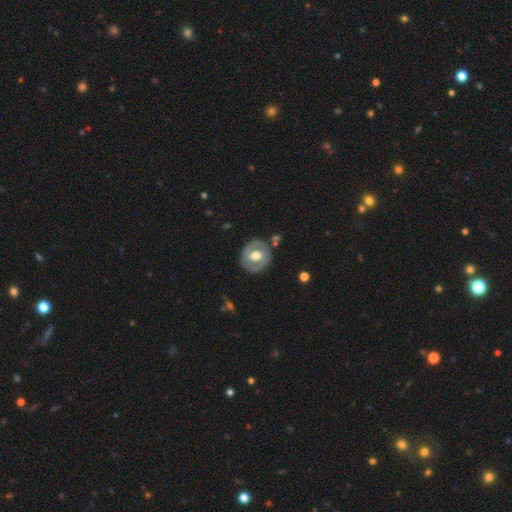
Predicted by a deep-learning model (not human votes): This is possibly a featured or disk galaxy (59%). It is clearly not viewed edge-on (95%). Bar: possibly no (46%). Spiral arm pattern: possibly no (59%). Central bulge: likely moderate (65%). Merging: likely none (78%).